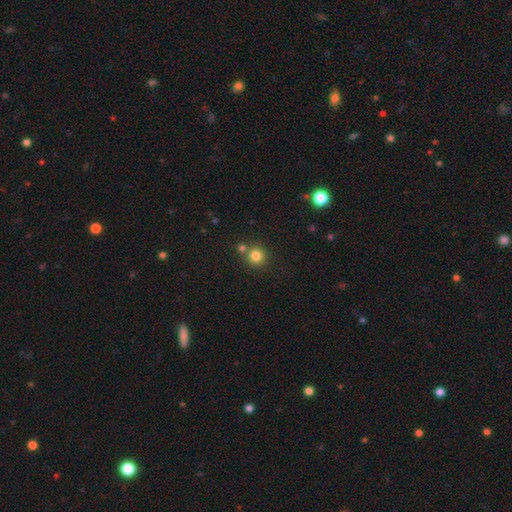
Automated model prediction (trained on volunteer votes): A smooth galaxy with no disk features (83%) that is round (93%). Merging: none (70%).